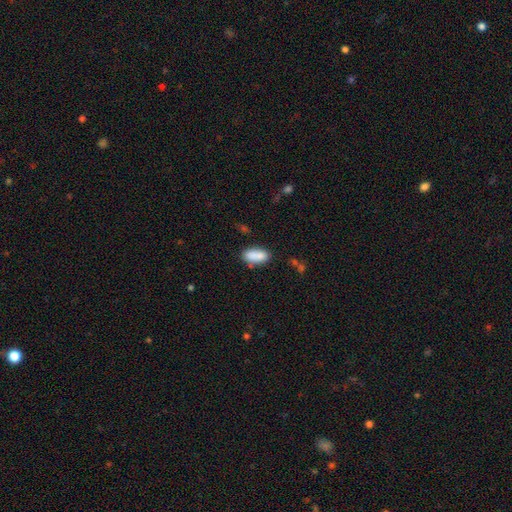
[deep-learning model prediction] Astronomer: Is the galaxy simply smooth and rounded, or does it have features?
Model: smooth — 86%.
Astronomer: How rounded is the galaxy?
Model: in between — 86%.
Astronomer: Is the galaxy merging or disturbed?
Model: none — 74%.